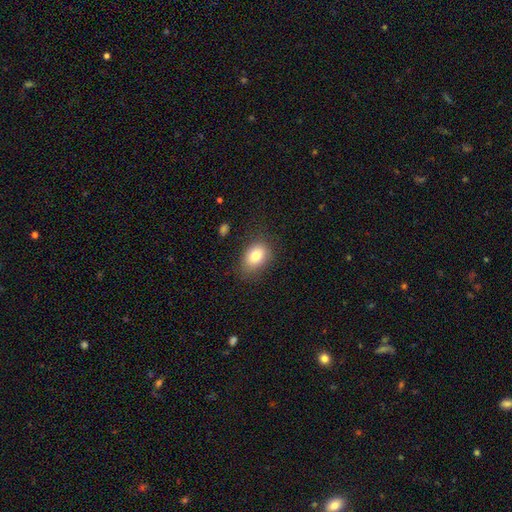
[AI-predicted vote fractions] Overall: smooth (81%). How rounded: in between (77%). Merging: none (77%).